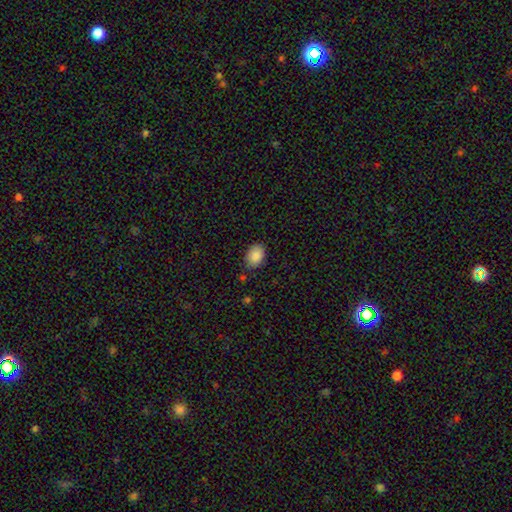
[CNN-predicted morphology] This appears to be a smooth galaxy with no disk features (89%) that is in between round and cigar-shaped (77%). Merging: none (80%).